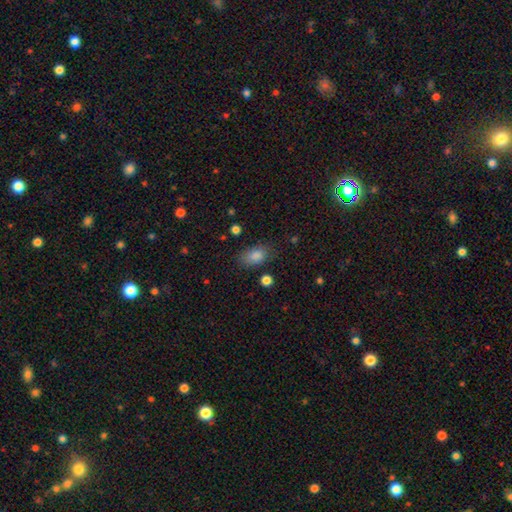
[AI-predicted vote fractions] This appears to be a smooth galaxy with no disk features (84%) that is in between round and cigar-shaped (86%). Merging: none (75%).